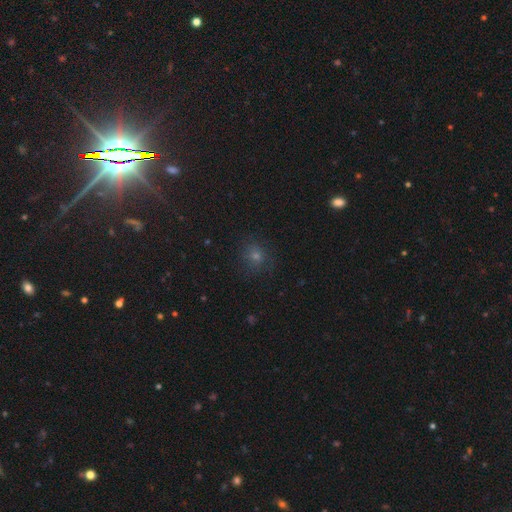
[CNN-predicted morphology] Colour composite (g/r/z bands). It shows a smooth galaxy with no disk features (52%) that is round (84%). Merging: none (83%).